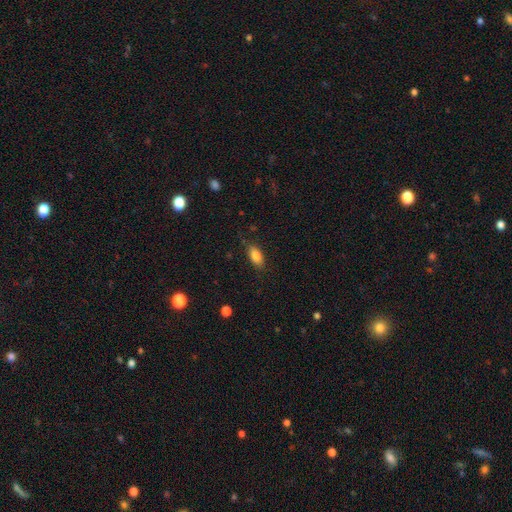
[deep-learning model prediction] Overall: smooth (83%). How rounded: in between (86%). Merging: none (78%).